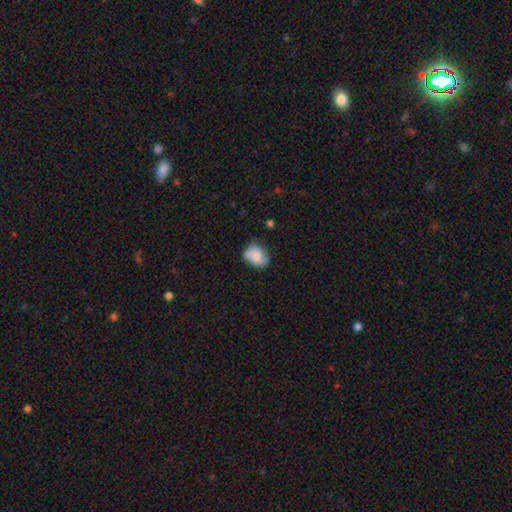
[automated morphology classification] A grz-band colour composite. It shows a smooth galaxy with no disk features (70%) that is in between round and cigar-shaped (68%). Merging: none (56%).